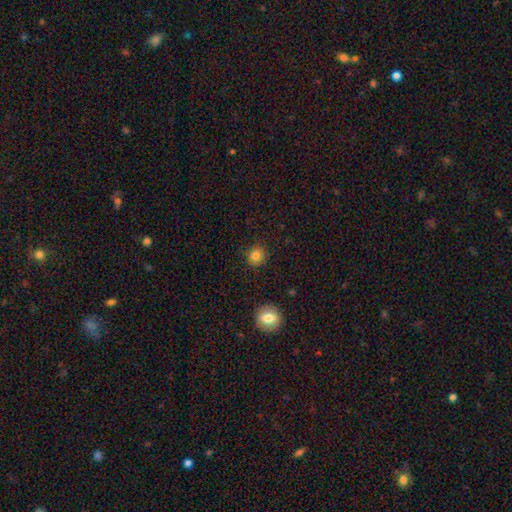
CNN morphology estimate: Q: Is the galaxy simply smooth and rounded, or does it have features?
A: smooth — 82%.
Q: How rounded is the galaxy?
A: round — 87%.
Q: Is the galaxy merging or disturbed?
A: none — 88%.